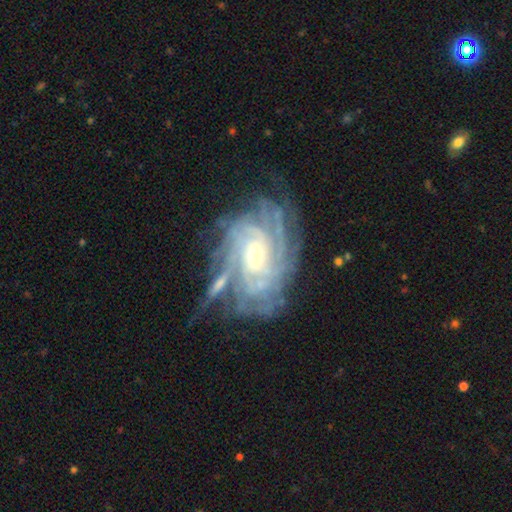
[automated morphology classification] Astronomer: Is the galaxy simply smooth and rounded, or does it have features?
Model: featured or disk — 89%.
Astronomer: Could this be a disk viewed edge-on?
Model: no — 96%.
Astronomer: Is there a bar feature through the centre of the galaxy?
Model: no — 61%.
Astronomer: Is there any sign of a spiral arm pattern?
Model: yes — 97%.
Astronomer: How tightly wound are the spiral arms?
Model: tight — 74%.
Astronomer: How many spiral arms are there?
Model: can't tell — 28% (runner-up: 4, 24%).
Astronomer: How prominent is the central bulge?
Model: small — 60% (runner-up: moderate, 36%).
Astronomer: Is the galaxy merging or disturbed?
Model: none — 60%.